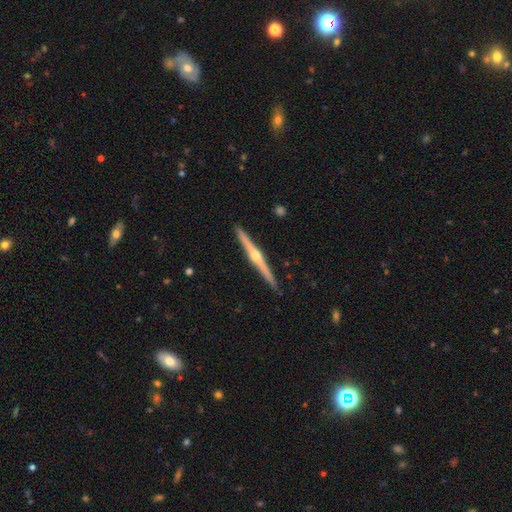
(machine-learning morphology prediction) This appears to be a featured or disk galaxy (84%) viewed edge-on (99%) with a rounded central bulge (92%). Merging: none (93%).